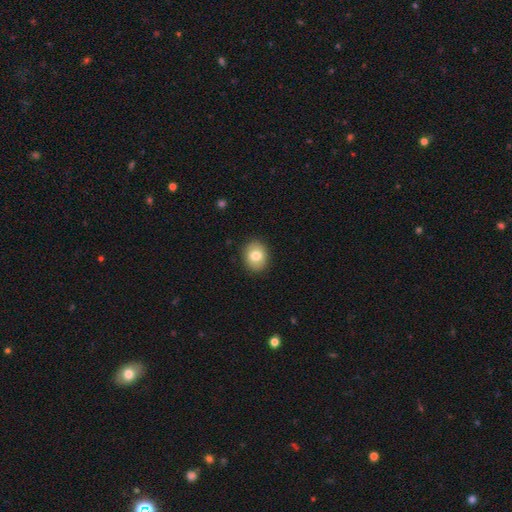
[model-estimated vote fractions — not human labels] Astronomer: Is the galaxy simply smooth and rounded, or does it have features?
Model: smooth — 78%.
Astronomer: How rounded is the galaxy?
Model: round — 50% (runner-up: in between, 49%).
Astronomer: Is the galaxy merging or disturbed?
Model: none — 89%.